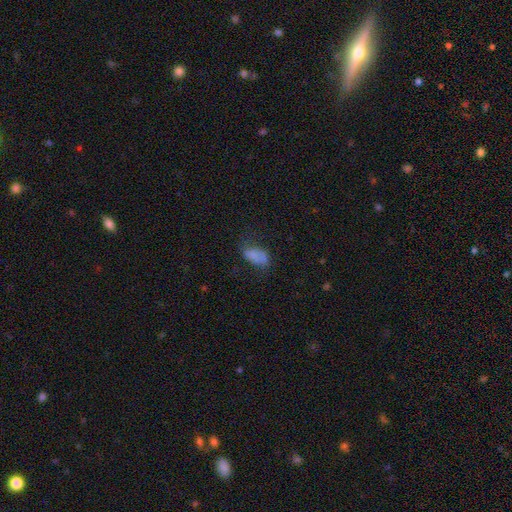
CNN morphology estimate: Smooth or featured? Predicted: smooth (p=0.66). How rounded? Predicted: in between (p=0.91). Merging? Predicted: none (p=0.38).